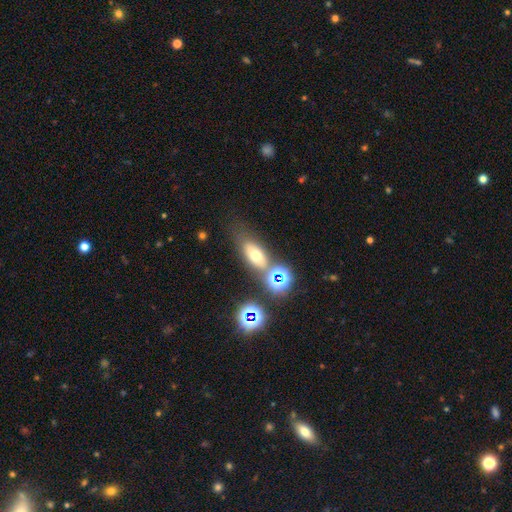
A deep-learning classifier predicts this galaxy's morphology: Overall: smooth (58%; star or artifact 21%). How rounded: in between (75%). Merging: none (62%).